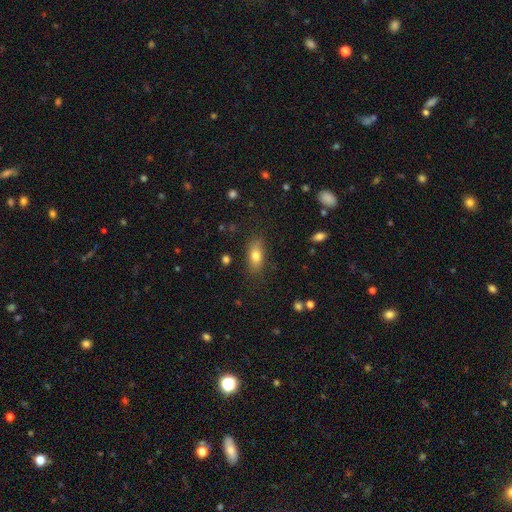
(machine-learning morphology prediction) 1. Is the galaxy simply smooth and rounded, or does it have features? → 79% smooth, 13% featured or disk, 9% star or artifact.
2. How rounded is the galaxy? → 82% in between, 12% cigar-shaped, 6% round.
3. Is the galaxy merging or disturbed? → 80% none, 14% minor disturbance, 4% major disturbance, 2% merger.